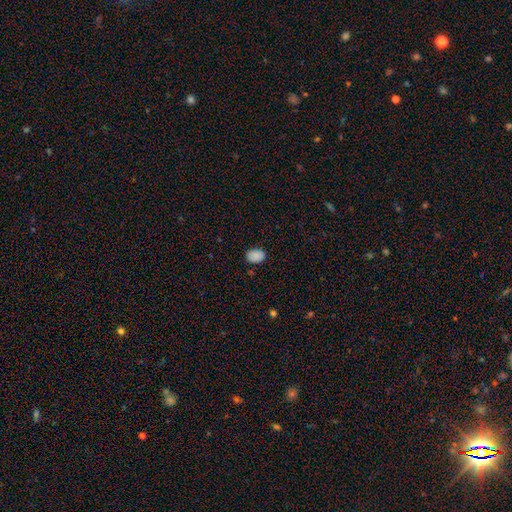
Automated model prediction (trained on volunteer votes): smooth_or_featured: smooth (p=0.87) [alt: star or artifact p=0.09]
how_rounded: in between (p=0.73) [alt: round p=0.26]
merging: none (p=0.84) [alt: minor disturbance p=0.13]